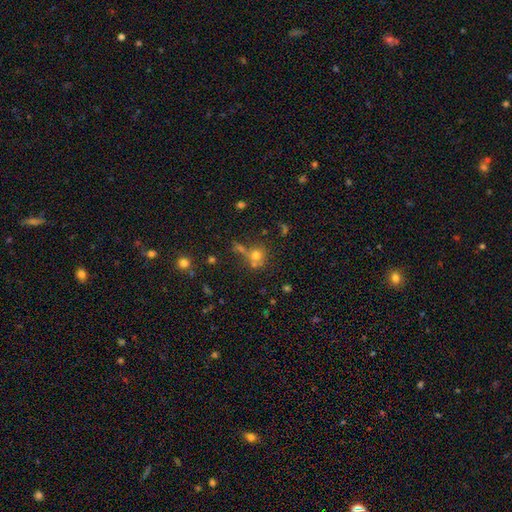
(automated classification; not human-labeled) Smooth or featured? Predicted: smooth (p=0.64). How rounded? Predicted: round (p=0.84). Merging? Predicted: none (p=0.52).